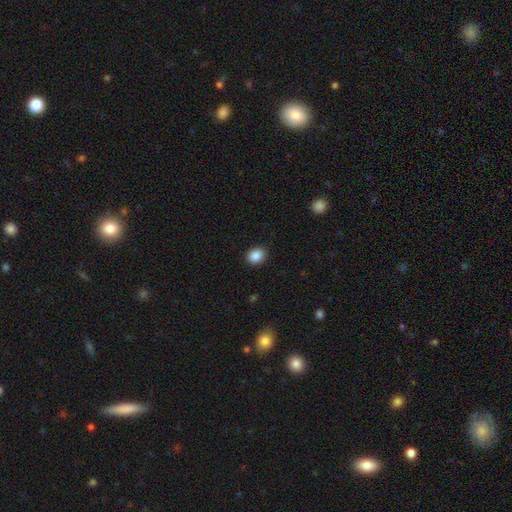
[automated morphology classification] Overall: smooth (88%). How rounded: round (52%; in between 47%). Merging: none (89%).